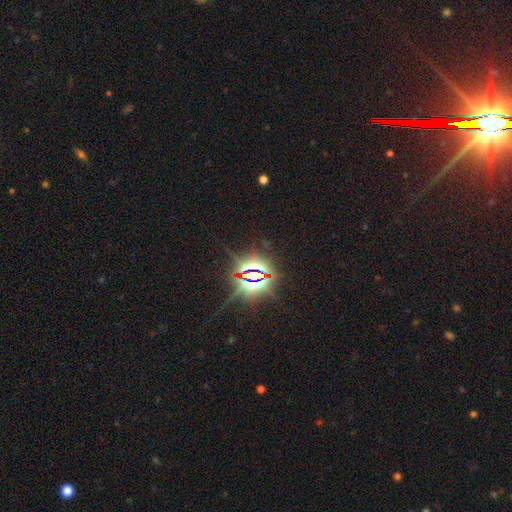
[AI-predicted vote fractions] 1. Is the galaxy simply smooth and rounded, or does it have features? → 86% star or artifact, 7% featured or disk, 7% smooth.